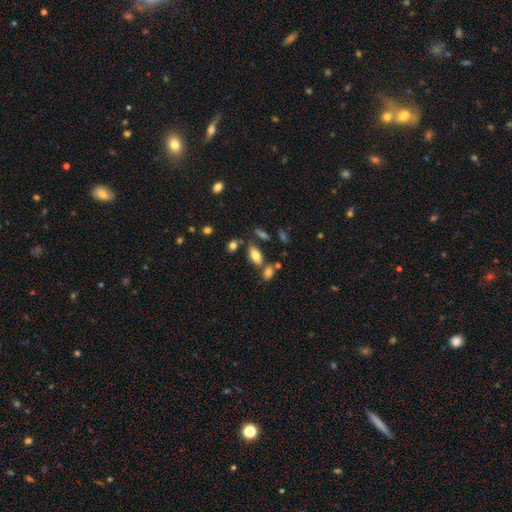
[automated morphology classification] Q: Smooth or featured?
A: smooth (77%); runner-up: featured or disk (15%)
Q: How rounded?
A: in between (88%); runner-up: cigar-shaped (8%)
Q: Merging?
A: none (68%); runner-up: merger (16%)